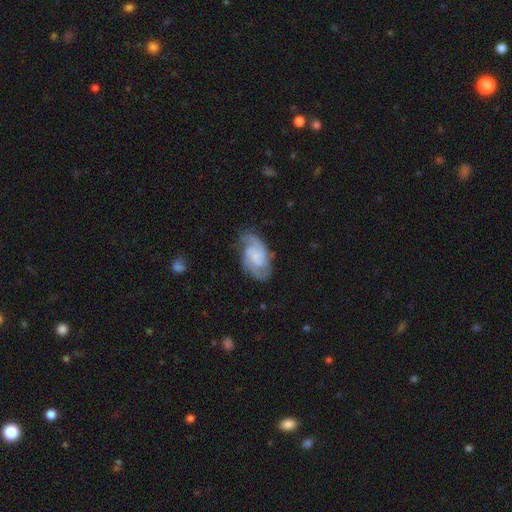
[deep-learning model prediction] Morphology: type=featured or disk (79%); edge-on=no (97%); bar=no (53%); spiral arms=yes (96%); winding=medium (49%); arm count=2 (60%); bulge=small (46%); merging=none (68%).